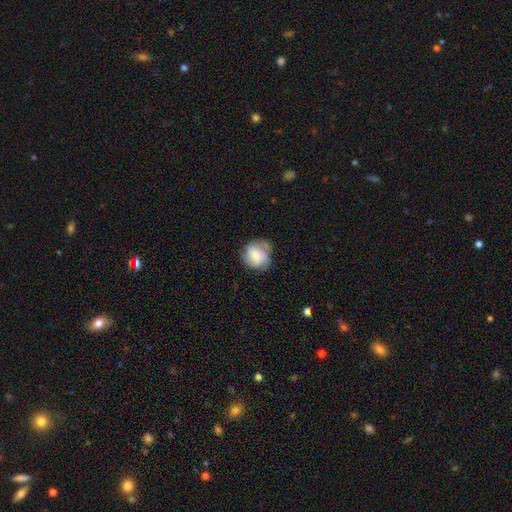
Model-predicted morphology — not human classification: Smooth or featured? Predicted: smooth (p=0.68). How rounded? Predicted: round (p=0.81). Merging? Predicted: none (p=0.64).